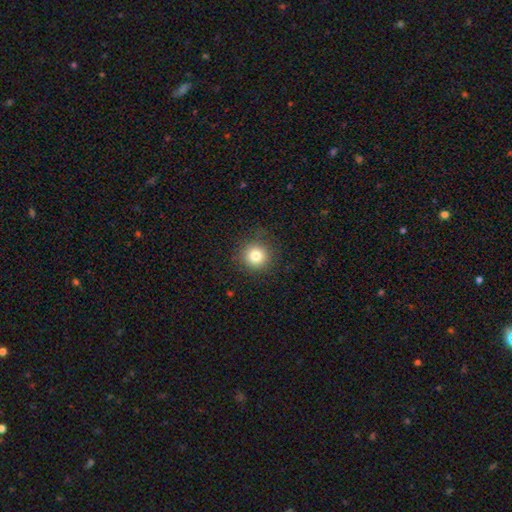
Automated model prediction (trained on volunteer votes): A smooth galaxy with no disk features (81%) that is round (94%).

Vote fractions:
- Smooth or featured? smooth: 81% / star or artifact: 12% / featured or disk: 7%
- How rounded? round: 94% / in between: 5% / cigar-shaped: 1%
- Merging? none: 88% / minor disturbance: 8% / major disturbance: 3% / merger: 1%